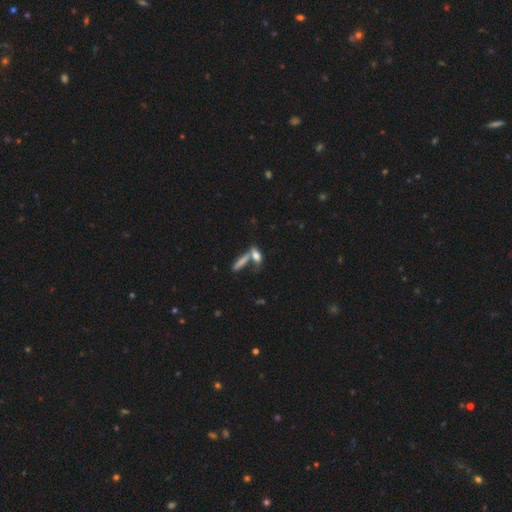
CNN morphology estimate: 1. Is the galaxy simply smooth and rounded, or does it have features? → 68% smooth, 21% featured or disk, 10% star or artifact.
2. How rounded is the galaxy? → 51% in between, 42% cigar-shaped, 7% round.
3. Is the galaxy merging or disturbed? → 44% none, 39% merger, 11% minor disturbance, 6% major disturbance.